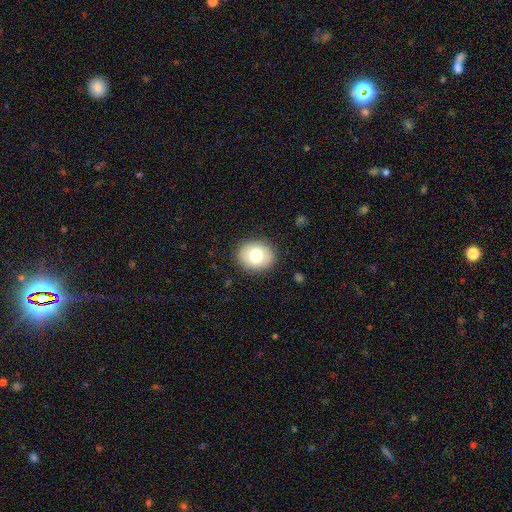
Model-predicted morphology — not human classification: This appears to be a smooth galaxy with no disk features (76%) that is round (59%). Merging: none (89%).